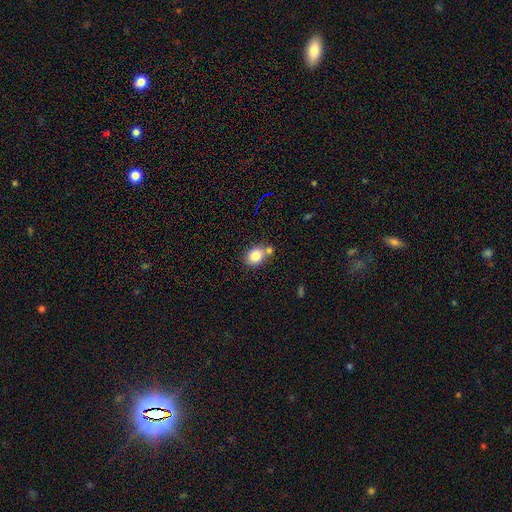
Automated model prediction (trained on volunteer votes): Smooth or featured?
  - smooth: 82% *
  - star or artifact: 9%
  - featured or disk: 9%
How rounded?
  - in between: 54% *
  - round: 45%
  - cigar-shaped: 1%
Merging?
  - none: 57% *
  - merger: 26%
  - minor disturbance: 13%
  - major disturbance: 4%